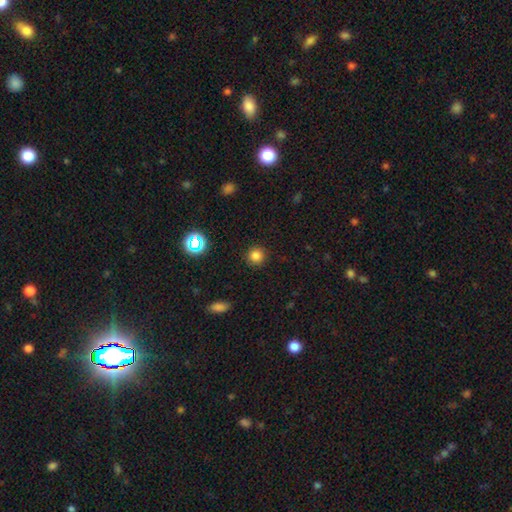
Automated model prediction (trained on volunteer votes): The model was most divided on "smooth or featured": smooth: 80%, star or artifact: 16%, featured or disk: 4%. More confident: how rounded — round (94%); merging — none (90%).